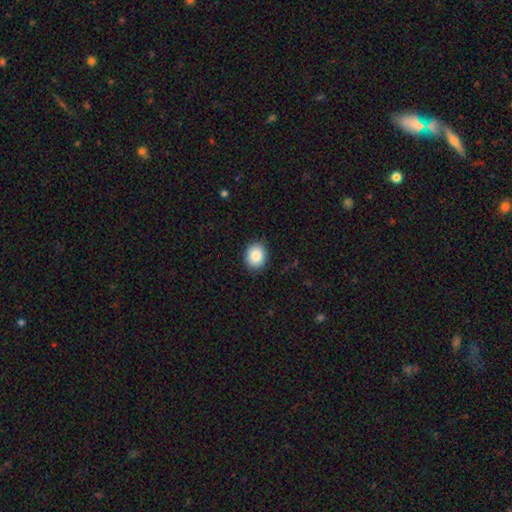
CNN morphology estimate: smooth-or-featured: smooth: 86% | star or artifact: 8% | featured or disk: 6%
  how-rounded: round: 60% | in between: 39% | cigar-shaped: 1%
  merging: none: 88% | minor disturbance: 9% | major disturbance: 2% | merger: 1%